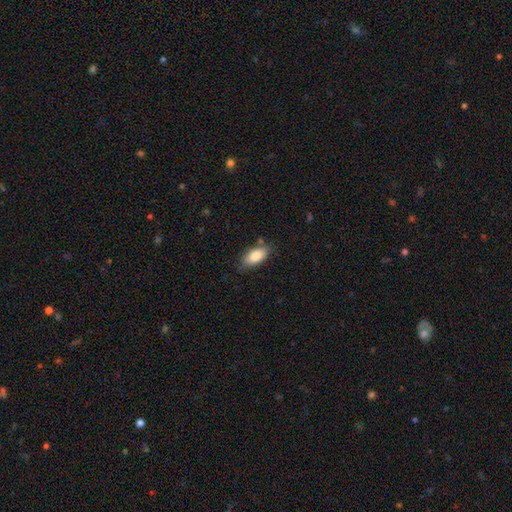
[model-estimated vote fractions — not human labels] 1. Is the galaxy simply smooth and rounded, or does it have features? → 84% smooth, 9% featured or disk, 7% star or artifact.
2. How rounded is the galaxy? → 88% in between, 10% cigar-shaped, 3% round.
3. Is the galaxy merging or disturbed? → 77% none, 17% minor disturbance, 3% major disturbance, 3% merger.